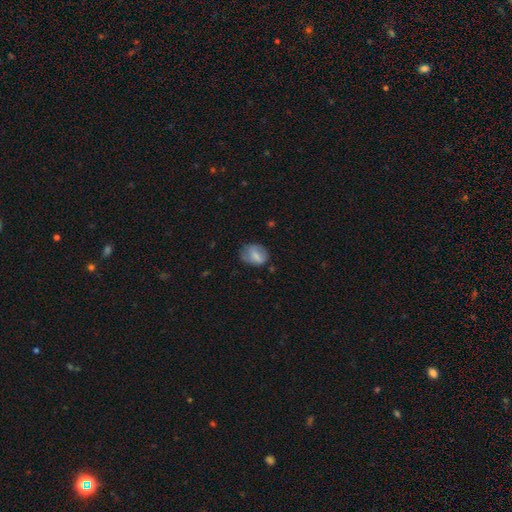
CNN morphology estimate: smooth 70%, featured or disk 22%, star or artifact 8%. Down the decision tree: how rounded — in between (65%); merging — none (62%).